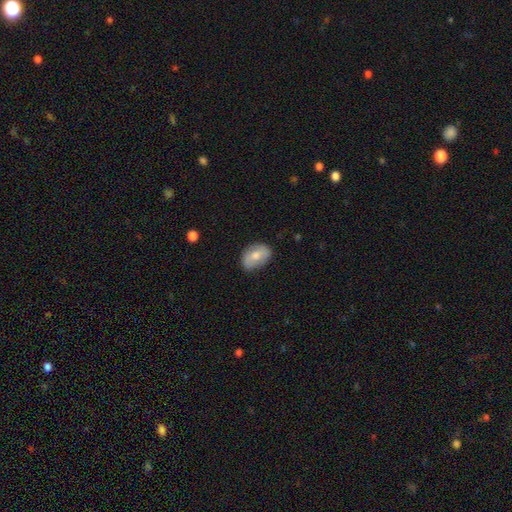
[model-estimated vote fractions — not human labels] Q: Smooth or featured?
A: smooth (68%); runner-up: featured or disk (25%)
Q: How rounded?
A: in between (79%); runner-up: round (20%)
Q: Merging?
A: none (71%); runner-up: minor disturbance (23%)